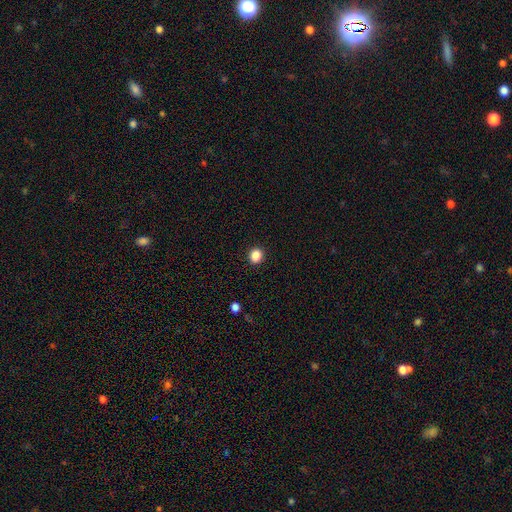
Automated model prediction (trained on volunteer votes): smooth_or_featured: smooth (p=0.87) [alt: star or artifact p=0.10]
how_rounded: round (p=0.74) [alt: in between p=0.25]
merging: none (p=0.92) [alt: minor disturbance p=0.05]